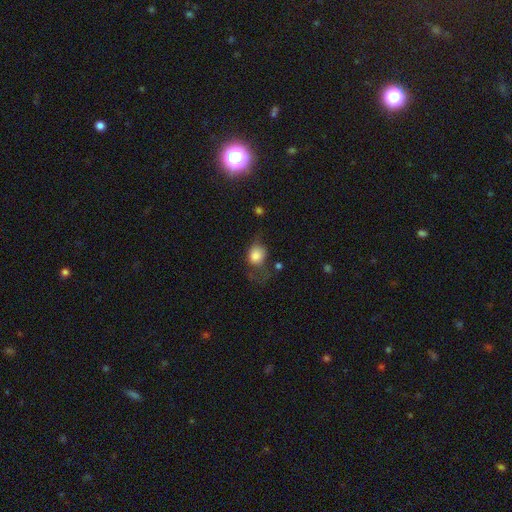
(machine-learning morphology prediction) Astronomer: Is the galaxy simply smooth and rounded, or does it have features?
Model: smooth — 78%.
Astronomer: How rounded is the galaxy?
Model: round — 59% (runner-up: in between, 39%).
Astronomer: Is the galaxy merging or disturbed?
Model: none — 35% (runner-up: major disturbance, 33%).